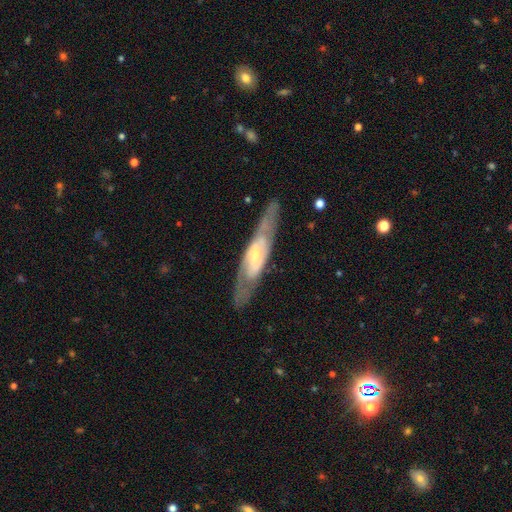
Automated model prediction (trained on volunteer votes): A featured or disk galaxy (74%).

Vote fractions:
- Smooth or featured? featured or disk: 74% / smooth: 21% / star or artifact: 5%
- Edge-on disk? no: 60% / yes: 40%
- Merging? none: 76% / minor disturbance: 16% / major disturbance: 7% / merger: 2%